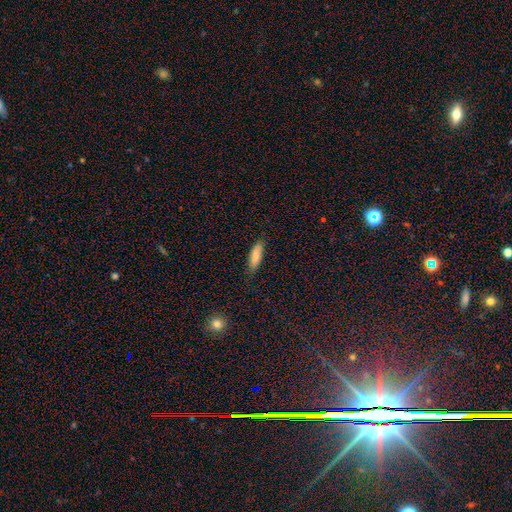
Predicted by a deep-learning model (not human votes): The model was most divided on "how rounded": in between: 58%, cigar-shaped: 40%, round: 2%. More confident: merging — none (80%); smooth or featured — smooth (79%).